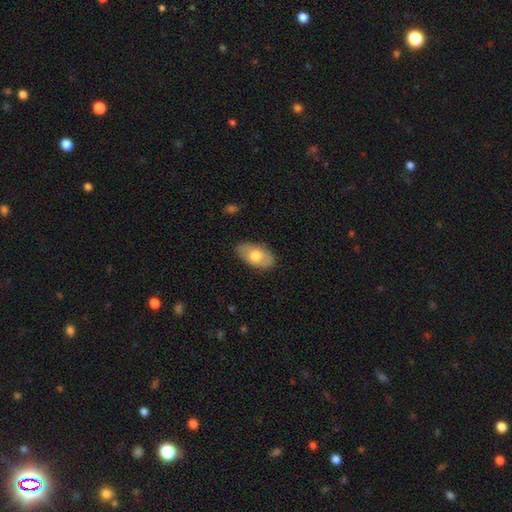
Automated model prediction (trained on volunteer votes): Morphology: type=smooth (66%); roundness=in between (93%); merging=none (81%).